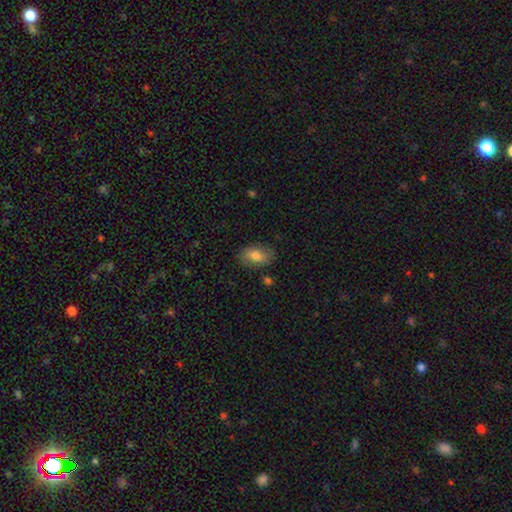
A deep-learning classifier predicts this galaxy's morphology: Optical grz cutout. It shows a smooth galaxy with no disk features (76%) that is in between round and cigar-shaped (90%). Merging: none (78%).